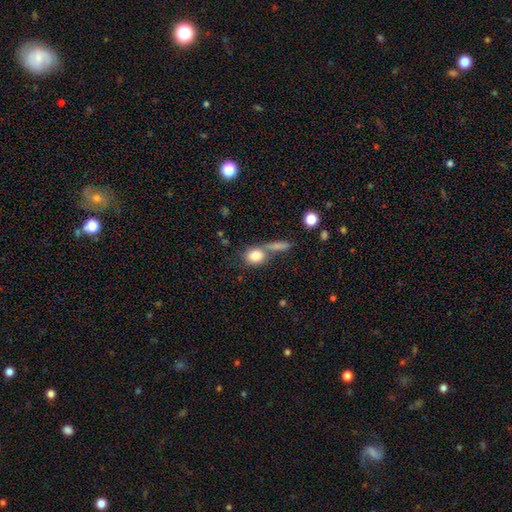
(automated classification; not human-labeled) Morphology: type=smooth (82%); roundness=round (53%); merging=none (46%).